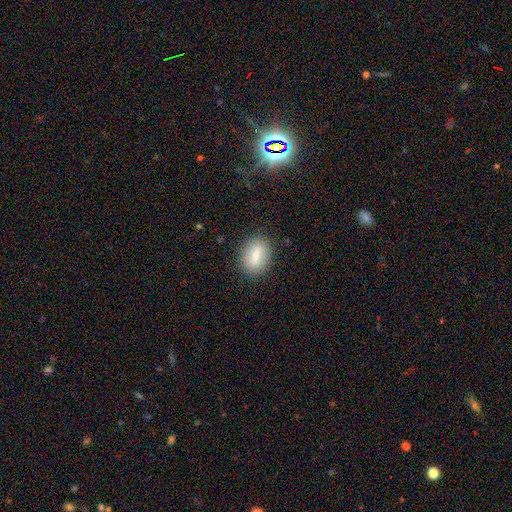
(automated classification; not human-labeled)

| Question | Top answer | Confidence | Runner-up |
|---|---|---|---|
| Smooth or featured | smooth | 78% | featured or disk (14%) |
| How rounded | in between | 76% | round (21%) |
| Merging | none | 84% | minor disturbance (11%) |